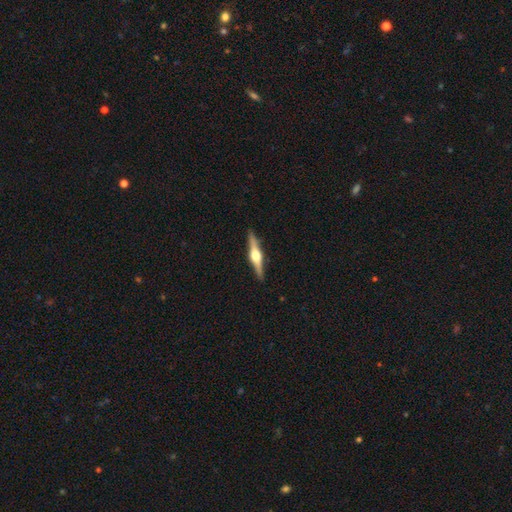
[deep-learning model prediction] Smooth or featured?
  - featured or disk: 79% *
  - smooth: 17%
  - star or artifact: 5%
Edge-on disk?
  - yes: 98% *
  - no: 2%
Edge-on bulge?
  - rounded: 95% *
  - boxy: 4%
  - none: 2%
Merging?
  - none: 91% *
  - minor disturbance: 6%
  - major disturbance: 1%
  - merger: 1%